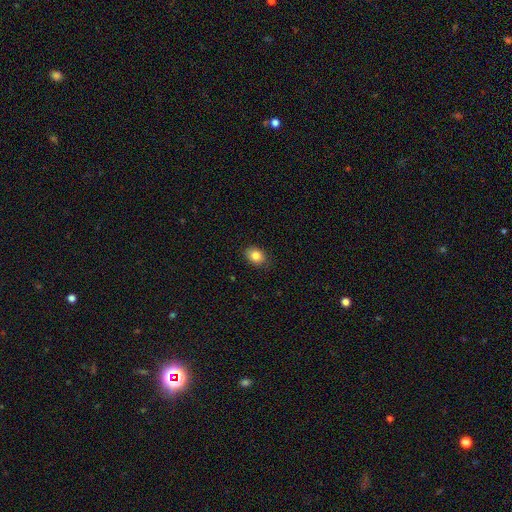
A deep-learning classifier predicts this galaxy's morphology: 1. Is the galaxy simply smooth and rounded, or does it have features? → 84% smooth, 9% star or artifact, 7% featured or disk.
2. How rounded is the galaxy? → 66% in between, 33% round, 1% cigar-shaped.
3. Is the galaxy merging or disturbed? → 87% none, 10% minor disturbance, 2% major disturbance, 1% merger.